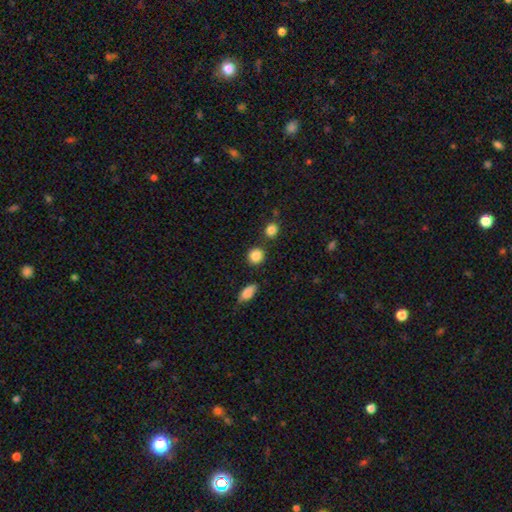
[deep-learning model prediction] smooth_or_featured: smooth (p=0.86) [alt: star or artifact p=0.10]
how_rounded: round (p=0.88) [alt: in between p=0.11]
merging: none (p=0.80) [alt: minor disturbance p=0.09]